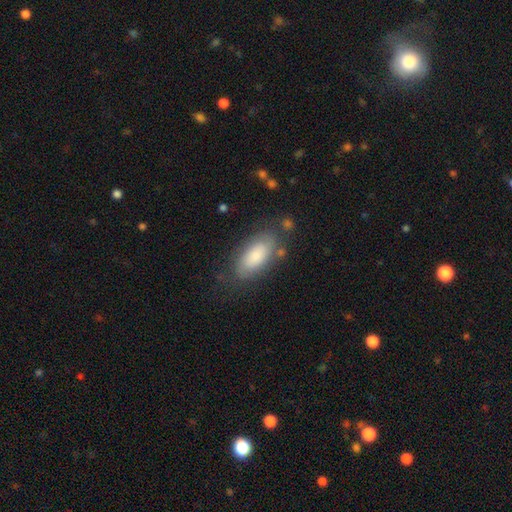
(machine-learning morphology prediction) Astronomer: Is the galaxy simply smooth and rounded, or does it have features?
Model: smooth — 75%.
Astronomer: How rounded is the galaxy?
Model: in between — 91%.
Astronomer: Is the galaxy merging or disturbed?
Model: none — 71%.